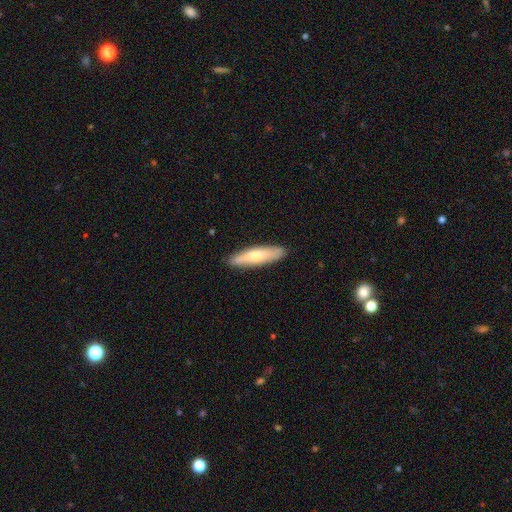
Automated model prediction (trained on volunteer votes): Smooth or featured? smooth (66%)
How rounded? cigar-shaped (77%)
Merging? none (88%)